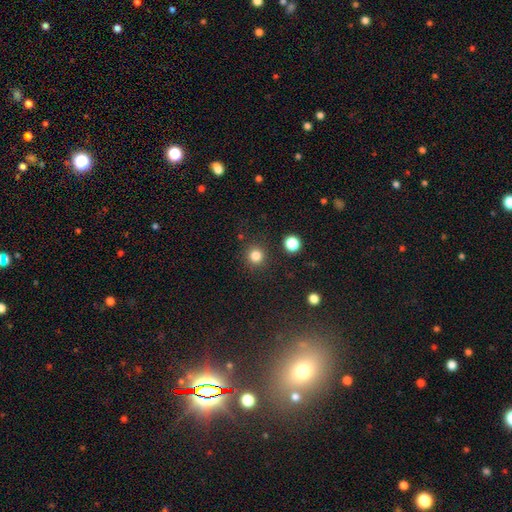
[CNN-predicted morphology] smooth 83%, star or artifact 13%, featured or disk 4%. Down the decision tree: how rounded — round (94%); merging — none (89%).